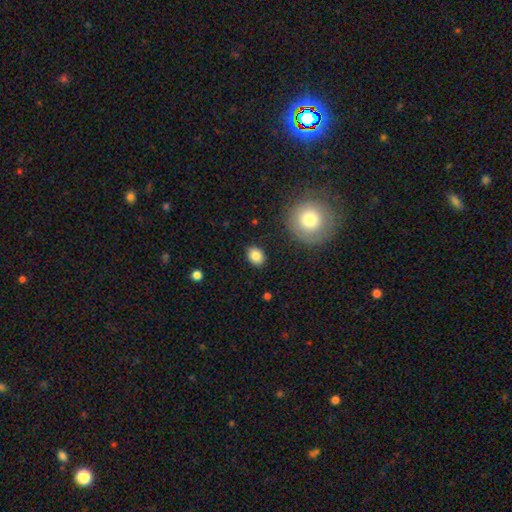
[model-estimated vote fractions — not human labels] A smooth galaxy with no disk features (84%) that is in between round and cigar-shaped (65%). Merging: none (87%).